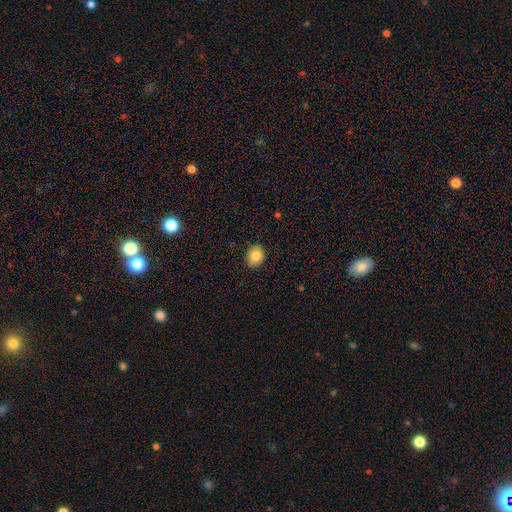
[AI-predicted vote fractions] This appears to be a smooth galaxy with no disk features (83%) that is in between round and cigar-shaped (50%). Merging: none (89%).